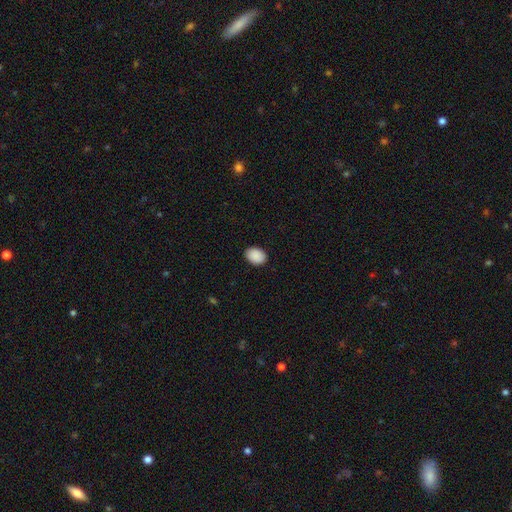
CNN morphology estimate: Smooth or featured?
  - smooth: 91% *
  - star or artifact: 7%
  - featured or disk: 2%
How rounded?
  - in between: 77% *
  - round: 22%
  - cigar-shaped: 1%
Merging?
  - none: 89% *
  - minor disturbance: 8%
  - major disturbance: 2%
  - merger: 1%